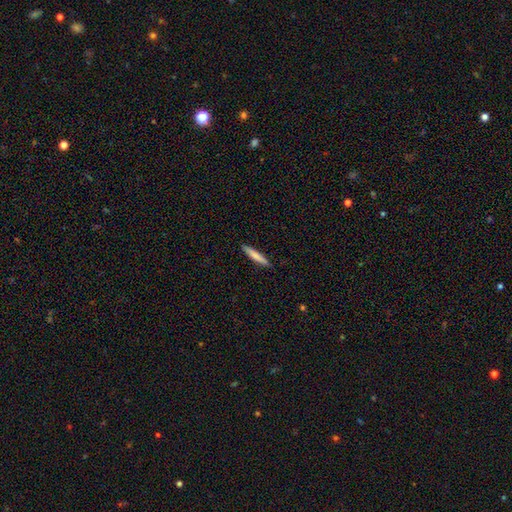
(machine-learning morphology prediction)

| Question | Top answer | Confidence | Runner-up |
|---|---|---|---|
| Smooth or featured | smooth | 71% | featured or disk (23%) |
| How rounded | cigar-shaped | 94% | in between (5%) |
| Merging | none | 90% | minor disturbance (7%) |